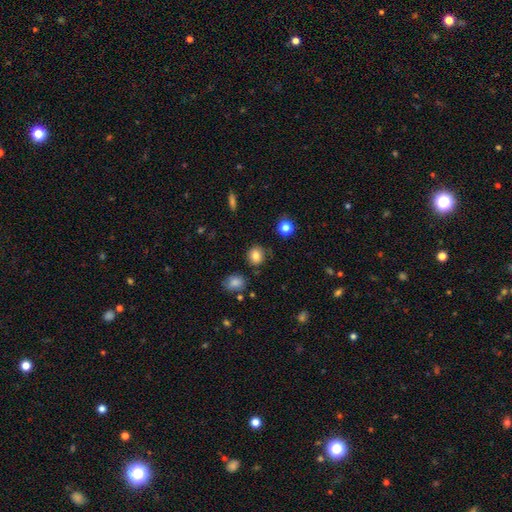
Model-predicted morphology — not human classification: Smooth or featured: smooth — 82% (star or artifact — 11%)
How rounded: round — 73% (in between — 26%)
Merging: none — 83% (minor disturbance — 12%)